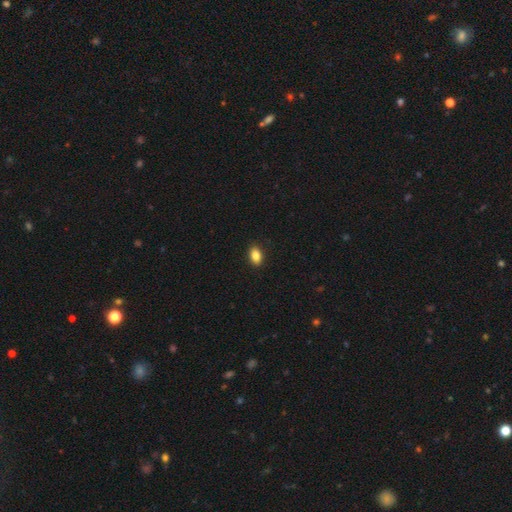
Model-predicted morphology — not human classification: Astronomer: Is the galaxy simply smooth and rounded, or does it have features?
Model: smooth — 86%.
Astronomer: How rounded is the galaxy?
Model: in between — 85%.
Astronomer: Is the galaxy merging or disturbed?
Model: none — 90%.